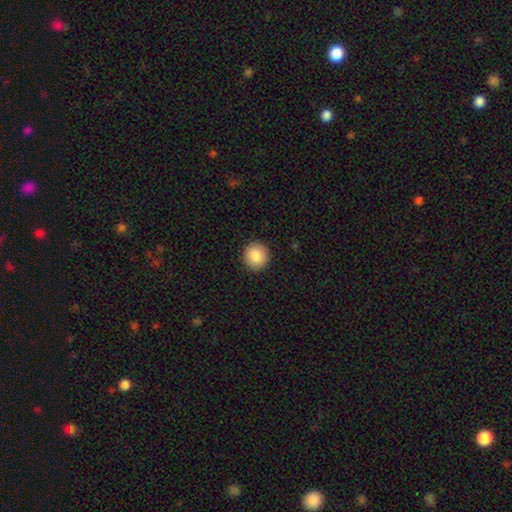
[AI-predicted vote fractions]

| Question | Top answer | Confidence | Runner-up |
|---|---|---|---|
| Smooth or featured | smooth | 87% | star or artifact (8%) |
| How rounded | round | 93% | in between (6%) |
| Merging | none | 92% | minor disturbance (6%) |